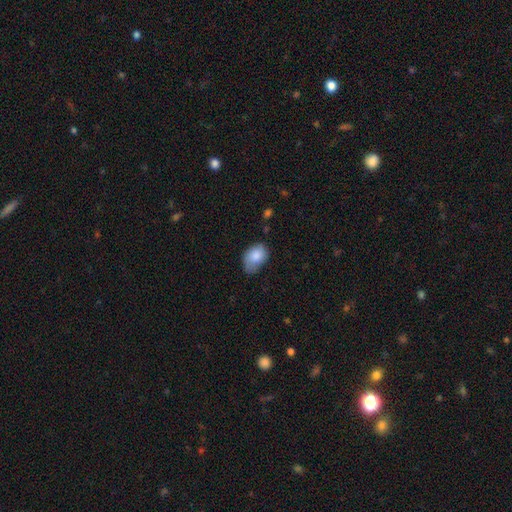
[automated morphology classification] Smooth or featured? smooth (83%)
How rounded? in between (81%)
Merging? none (51%)